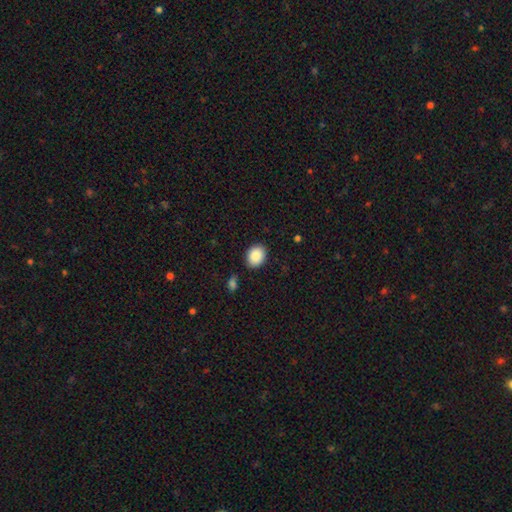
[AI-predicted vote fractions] Smooth or featured? smooth (89%)
How rounded? in between (54%)
Merging? none (83%)